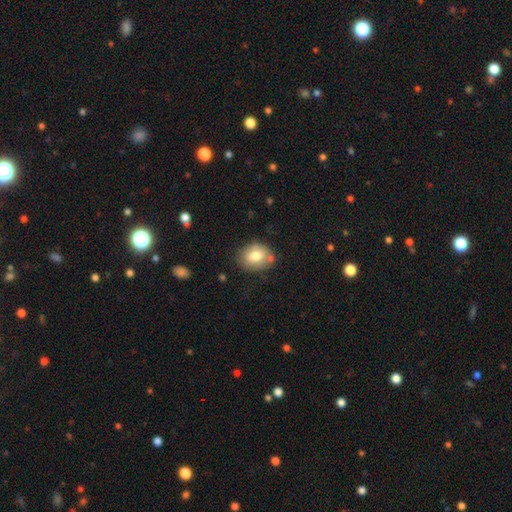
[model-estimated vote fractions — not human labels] This appears to be a smooth galaxy with no disk features (73%) that is in between round and cigar-shaped (55%). Merging: none (72%).